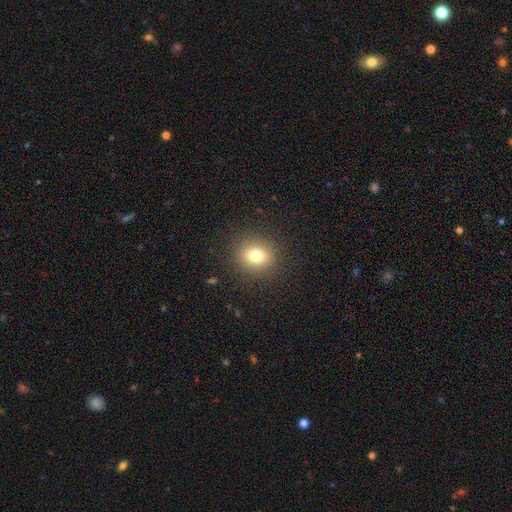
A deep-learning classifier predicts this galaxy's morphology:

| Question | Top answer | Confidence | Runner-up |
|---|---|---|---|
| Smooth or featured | smooth | 76% | star or artifact (13%) |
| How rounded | round | 77% | in between (22%) |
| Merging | none | 89% | minor disturbance (7%) |